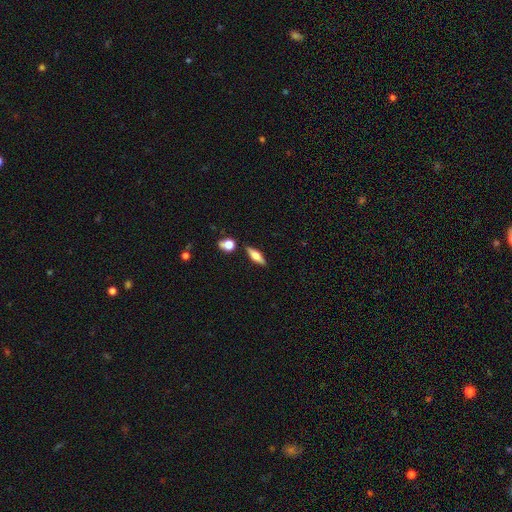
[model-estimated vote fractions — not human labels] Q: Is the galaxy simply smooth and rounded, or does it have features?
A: smooth — 48%.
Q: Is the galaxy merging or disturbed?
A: none — 83%.